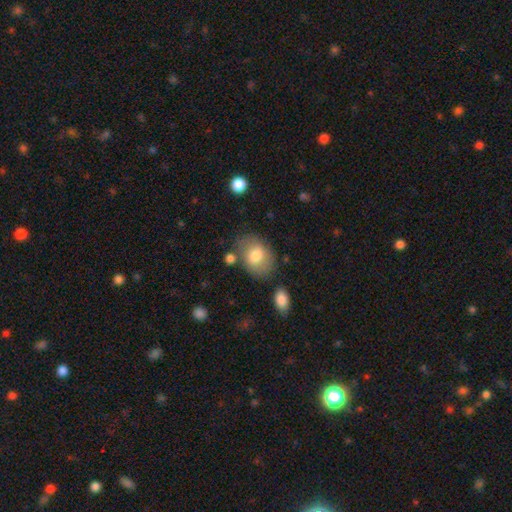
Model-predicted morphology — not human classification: The model was most divided on "how rounded": in between: 71%, round: 28%, cigar-shaped: 1%. More confident: smooth or featured — smooth (74%); merging — none (68%).